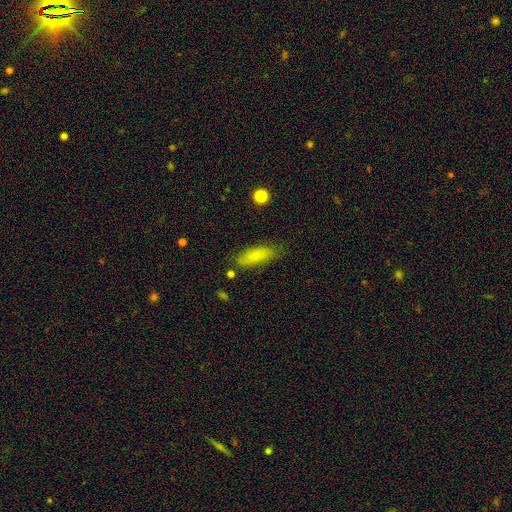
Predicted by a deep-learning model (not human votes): Overall: smooth (81%). How rounded: in between (66%; cigar-shaped 32%). Merging: none (76%).